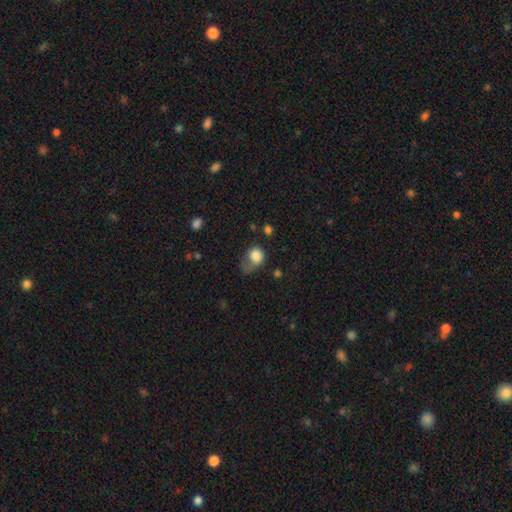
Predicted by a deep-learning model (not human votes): The model was most divided on "merging": major disturbance: 39%, minor disturbance: 29%, none: 27%, merger: 5%. More confident: smooth or featured — smooth (82%); how rounded — round (63%).